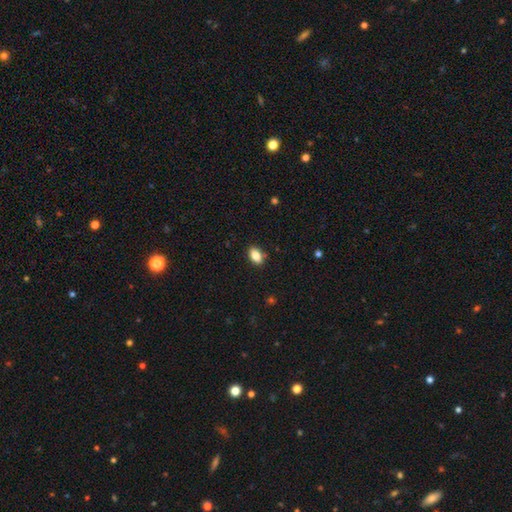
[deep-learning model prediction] Smooth or featured?
  - smooth: 84% *
  - star or artifact: 8%
  - featured or disk: 8%
How rounded?
  - in between: 89% *
  - round: 7%
  - cigar-shaped: 4%
Merging?
  - none: 87% *
  - minor disturbance: 10%
  - major disturbance: 2%
  - merger: 2%